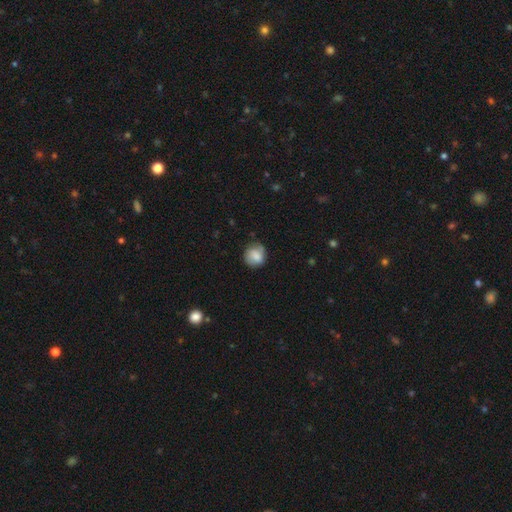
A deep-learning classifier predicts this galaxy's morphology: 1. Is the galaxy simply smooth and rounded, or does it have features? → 81% smooth, 11% featured or disk, 8% star or artifact.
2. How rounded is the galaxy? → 84% round, 15% in between, 1% cigar-shaped.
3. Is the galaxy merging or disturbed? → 69% none, 23% minor disturbance, 6% major disturbance, 2% merger.